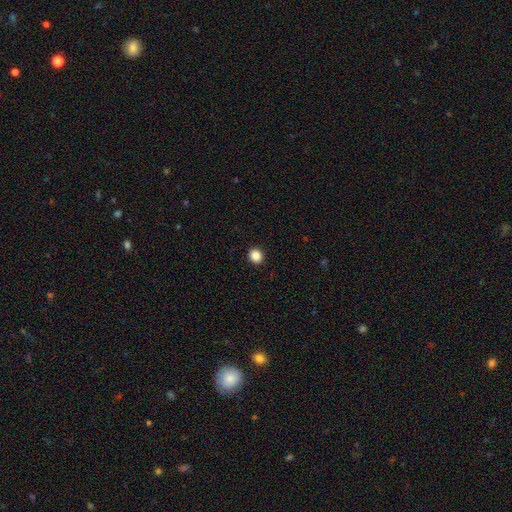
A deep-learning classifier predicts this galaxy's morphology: The model was most divided on "how rounded": round: 87%, in between: 12%, cigar-shaped: 1%. More confident: merging — none (93%); smooth or featured — smooth (87%).